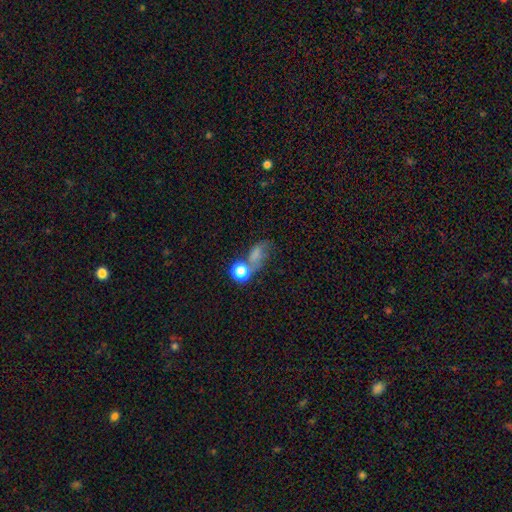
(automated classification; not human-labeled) Q: Smooth or featured?
A: smooth (65%); runner-up: star or artifact (18%)
Q: How rounded?
A: in between (67%); runner-up: round (28%)
Q: Merging?
A: none (34%); runner-up: merger (29%)